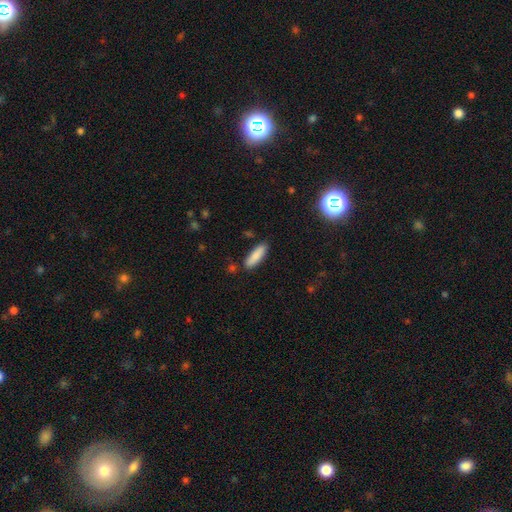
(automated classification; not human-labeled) Smooth or featured? Predicted: smooth (p=0.85). How rounded? Predicted: cigar-shaped (p=0.56). Merging? Predicted: none (p=0.85).